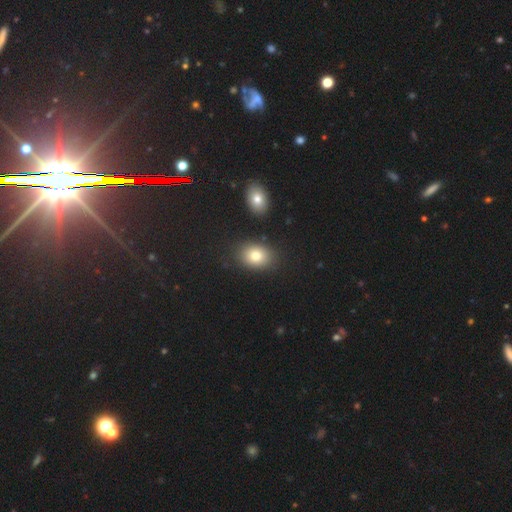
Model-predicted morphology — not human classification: This appears to be a smooth galaxy with no disk features (80%) that is in between round and cigar-shaped (66%). Merging: none (83%).